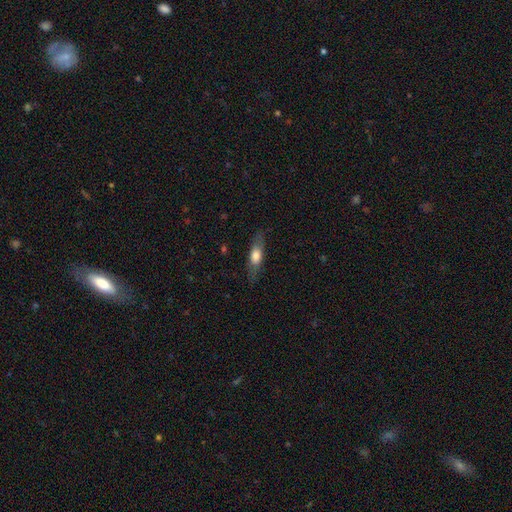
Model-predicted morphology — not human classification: smooth-or-featured: smooth: 61% | featured or disk: 32% | star or artifact: 6%
  how-rounded: in between: 50% | cigar-shaped: 47% | round: 3%
  merging: none: 78% | minor disturbance: 15% | major disturbance: 5% | merger: 1%